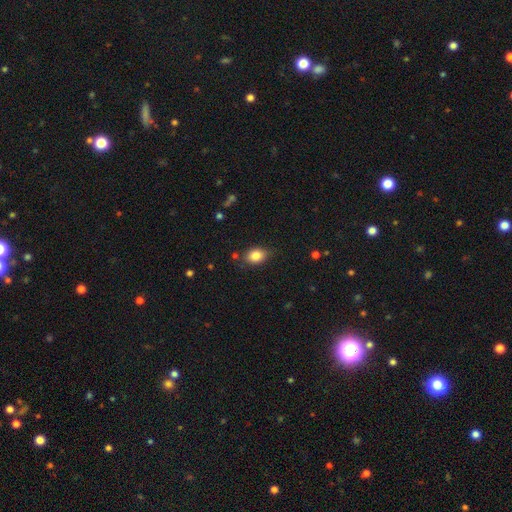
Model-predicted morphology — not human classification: smooth-or-featured: smooth: 84% | star or artifact: 9% | featured or disk: 7%
  how-rounded: in between: 71% | round: 28% | cigar-shaped: 1%
  merging: none: 78% | minor disturbance: 17% | major disturbance: 3% | merger: 2%